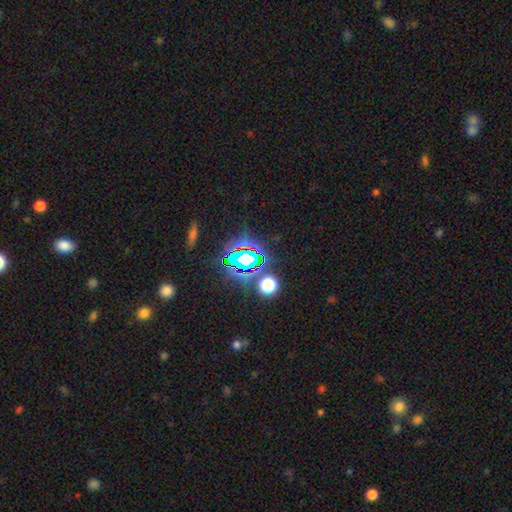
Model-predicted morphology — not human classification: smooth-or-featured: star or artifact: 79% | smooth: 13% | featured or disk: 7%